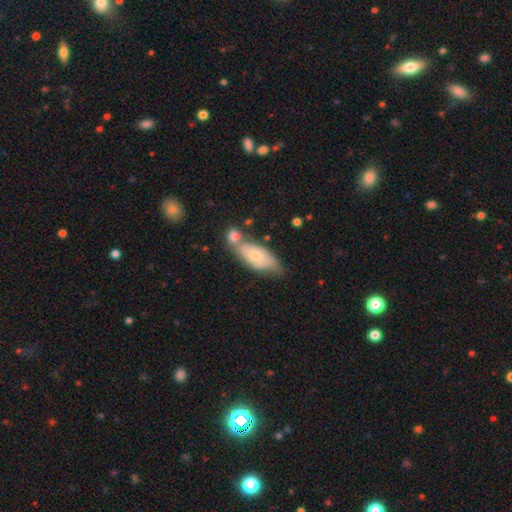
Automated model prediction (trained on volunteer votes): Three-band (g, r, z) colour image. It shows a smooth galaxy with no disk features (58%) that is in between round and cigar-shaped (80%). Merging: none (41%).